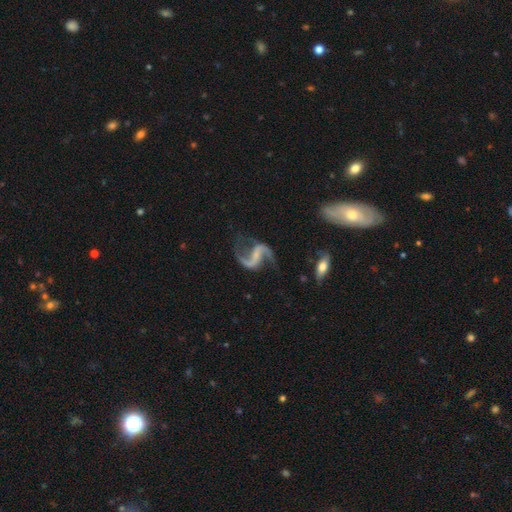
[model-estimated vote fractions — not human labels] Smooth or featured? featured or disk (93%)
Edge-on disk? no (98%)
Bar? weak (42%)
Spiral arms? yes (98%)
Spiral winding? loose (74%)
Spiral arm count? 2 (94%)
Bulge size? small (48%)
Merging? none (73%)